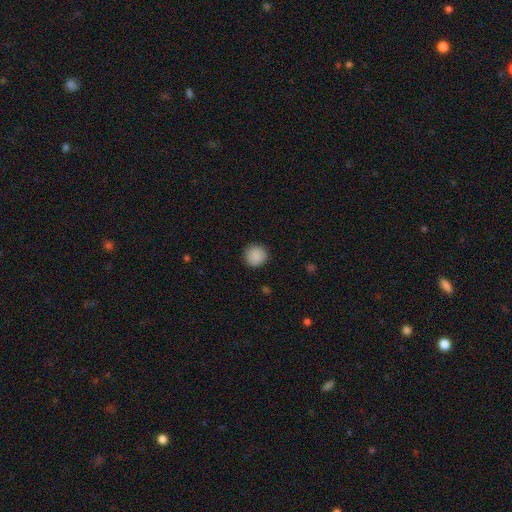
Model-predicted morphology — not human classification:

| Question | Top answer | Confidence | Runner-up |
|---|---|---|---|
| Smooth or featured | smooth | 89% | star or artifact (8%) |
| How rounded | round | 93% | in between (6%) |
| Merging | none | 90% | minor disturbance (7%) |